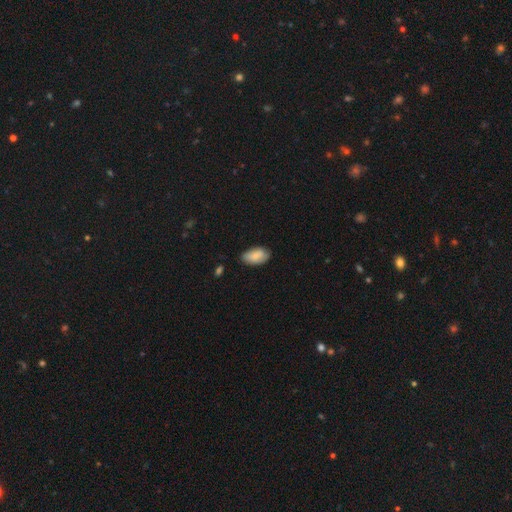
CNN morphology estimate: smooth_or_featured: smooth (p=0.80) [alt: featured or disk p=0.14]
how_rounded: in between (p=0.94) [alt: round p=0.03]
merging: none (p=0.70) [alt: minor disturbance p=0.25]